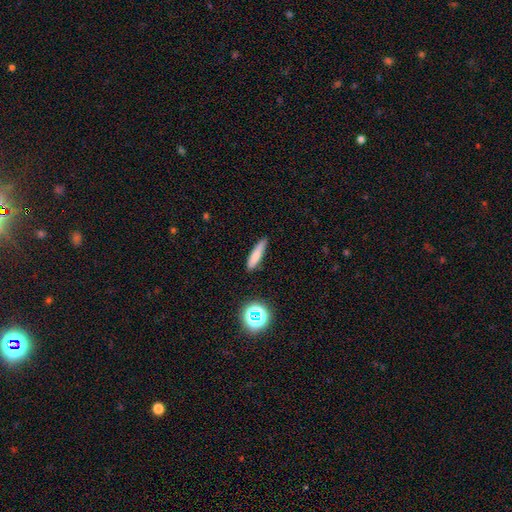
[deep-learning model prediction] Smooth or featured?
  - smooth: 75% *
  - featured or disk: 14%
  - star or artifact: 11%
How rounded?
  - cigar-shaped: 81% *
  - in between: 16%
  - round: 3%
Merging?
  - none: 85% *
  - minor disturbance: 11%
  - major disturbance: 2%
  - merger: 2%